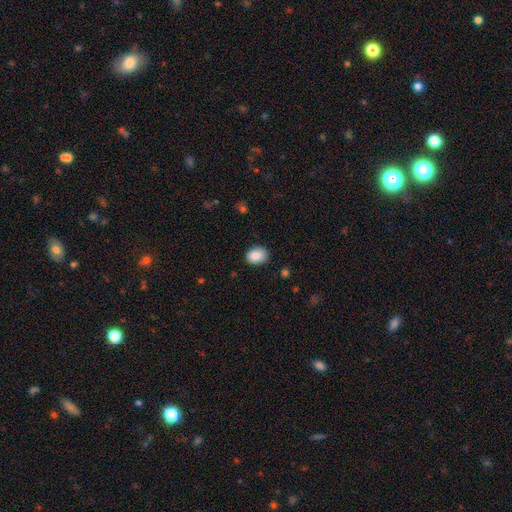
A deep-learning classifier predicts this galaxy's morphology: Smooth or featured? smooth (89%)
How rounded? in between (64%)
Merging? none (82%)